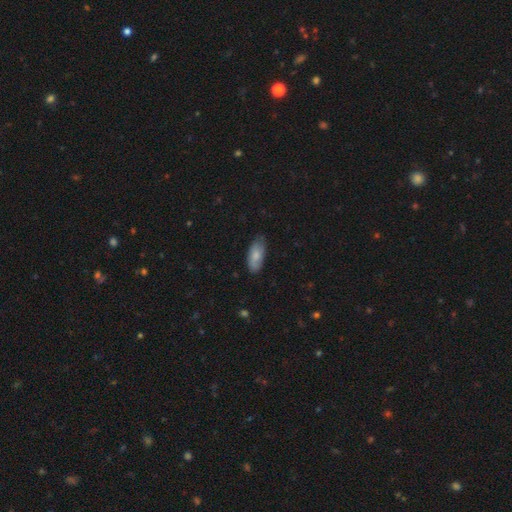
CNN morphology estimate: Overall: smooth (79%). How rounded: in between (84%). Merging: none (75%).